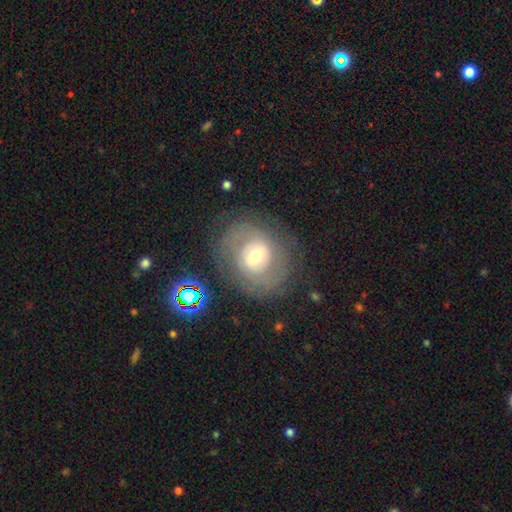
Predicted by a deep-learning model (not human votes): Smooth or featured? Predicted: featured or disk (p=0.68). Edge-on disk? Predicted: no (p=0.96). Bar? Predicted: no (p=0.45). Spiral arms? Predicted: yes (p=0.78). Spiral winding? Predicted: tight (p=0.59). Spiral arm count? Predicted: 2 (p=0.51). Bulge size? Predicted: moderate (p=0.60). Merging? Predicted: none (p=0.77).